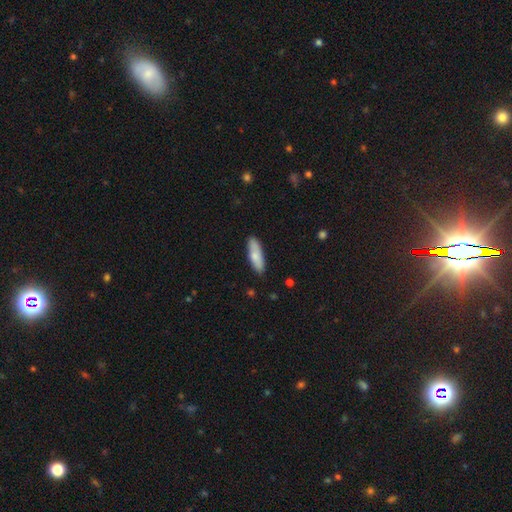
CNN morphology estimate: The model was most divided on "how rounded" (2-way tie): cigar-shaped: 49%, in between: 49%, round: 2%. More confident: merging — none (85%); smooth or featured — smooth (78%).